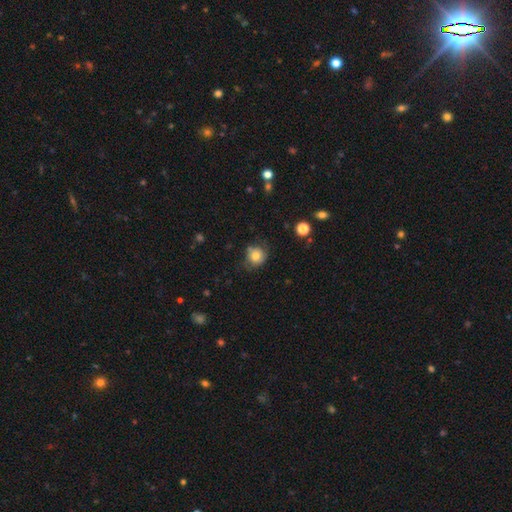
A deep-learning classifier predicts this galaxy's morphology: This is likely a smooth galaxy (75%). How rounded: clearly round (80%). Merging: likely none (62%).